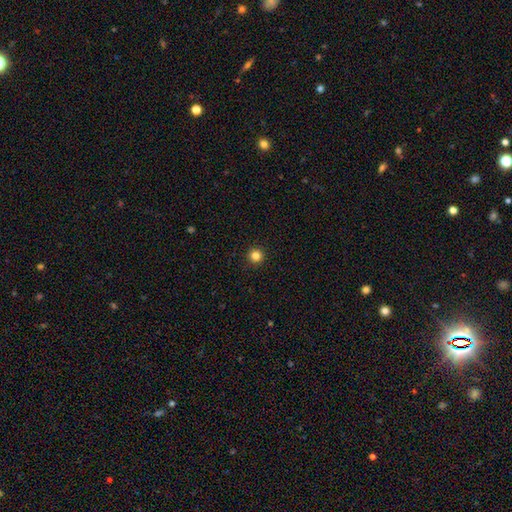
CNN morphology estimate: A smooth galaxy with no disk features (84%) that is round (96%). Merging: none (93%).